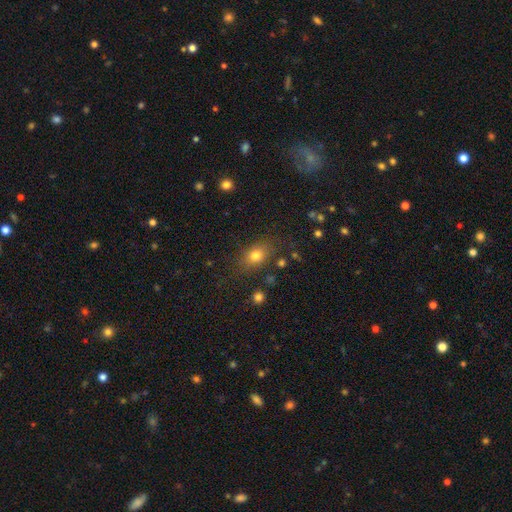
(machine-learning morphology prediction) Smooth or featured: smooth — 77% (star or artifact — 13%)
How rounded: in between — 66% (round — 31%)
Merging: none — 76% (minor disturbance — 15%)